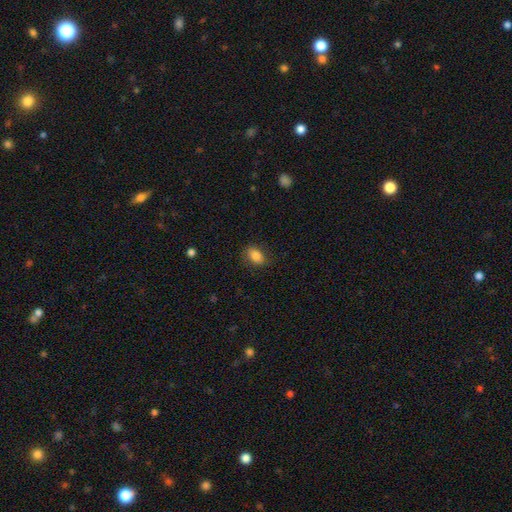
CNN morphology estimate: smooth 84%, star or artifact 9%, featured or disk 7%. Down the decision tree: how rounded — in between (83%); merging — none (79%).